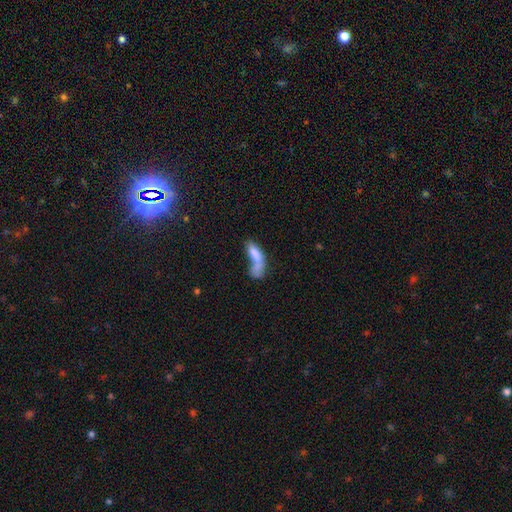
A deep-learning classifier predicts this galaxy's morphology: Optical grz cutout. It shows a smooth galaxy with no disk features (73%) that is in between round and cigar-shaped (69%). Merging: merger (64%).